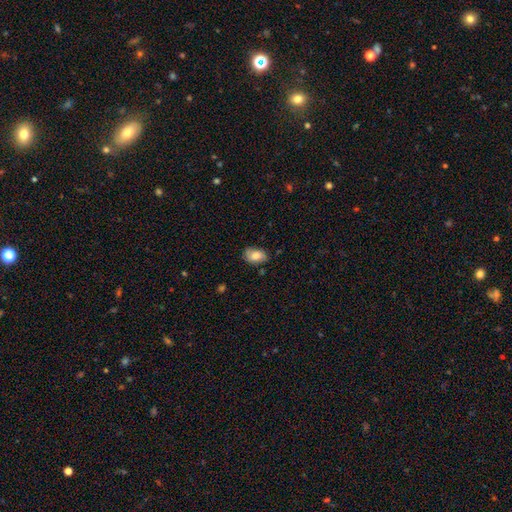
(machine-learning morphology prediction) A smooth galaxy with no disk features (75%) that is in between round and cigar-shaped (85%). Merging: none (72%).